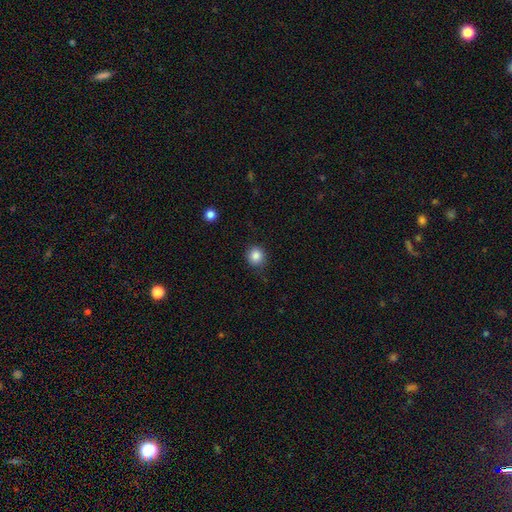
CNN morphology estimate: Smooth or featured? smooth (85%)
How rounded? round (91%)
Merging? none (84%)